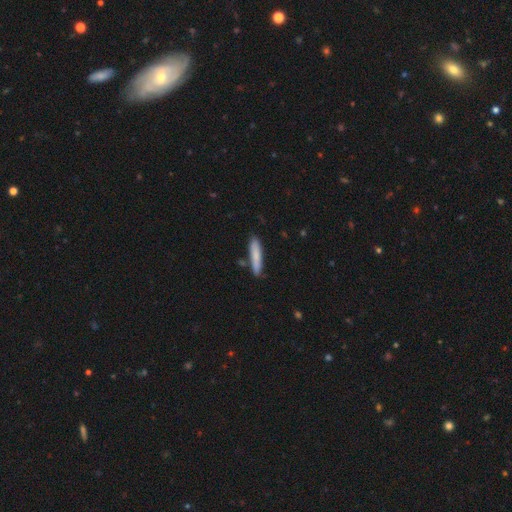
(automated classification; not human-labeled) A smooth galaxy with no disk features (81%) that is cigar-shaped (88%).

Vote fractions:
- Smooth or featured? smooth: 81% / featured or disk: 13% / star or artifact: 6%
- How rounded? cigar-shaped: 88% / in between: 10% / round: 1%
- Merging? none: 82% / minor disturbance: 12% / merger: 4% / major disturbance: 2%